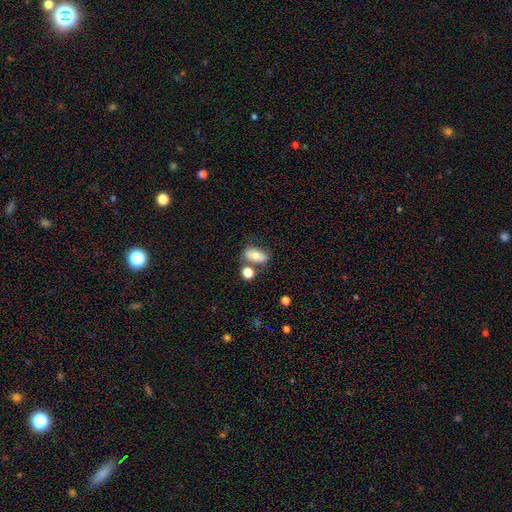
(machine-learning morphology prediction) A smooth galaxy with no disk features (67%) that is in between round and cigar-shaped (86%). Merging: none (55%).